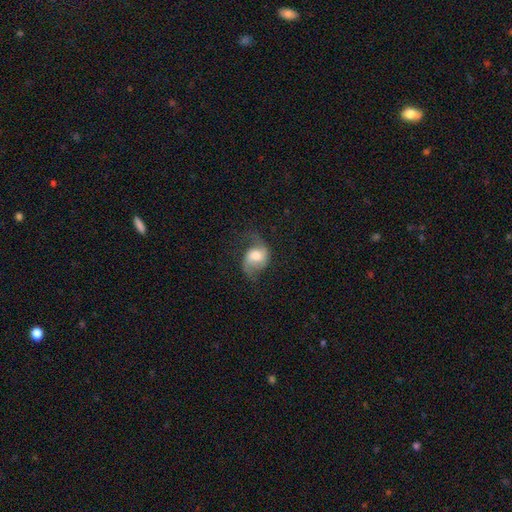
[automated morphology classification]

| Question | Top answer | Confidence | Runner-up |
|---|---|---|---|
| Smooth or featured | featured or disk | 68% | smooth (24%) |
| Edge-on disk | no | 97% | yes (3%) |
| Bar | no | 54% | weak (37%) |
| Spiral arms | yes | 92% | no (8%) |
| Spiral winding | loose | 56% | medium (34%) |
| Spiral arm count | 2 | 86% | 1 (8%) |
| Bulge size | moderate | 45% | large (35%) |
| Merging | none | 56% | minor disturbance (23%) |